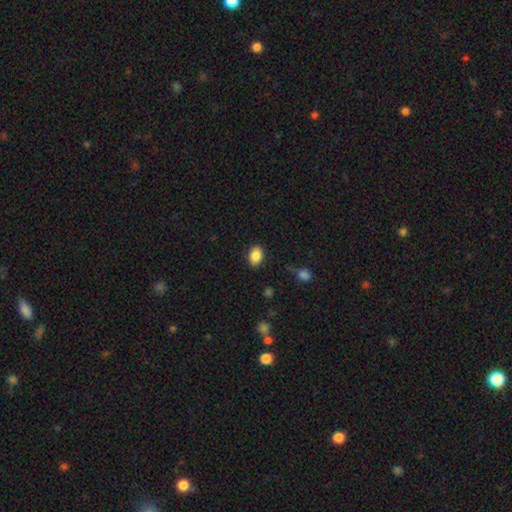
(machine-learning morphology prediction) This appears to be a smooth galaxy with no disk features (86%) that is in between round and cigar-shaped (80%). Merging: none (87%).